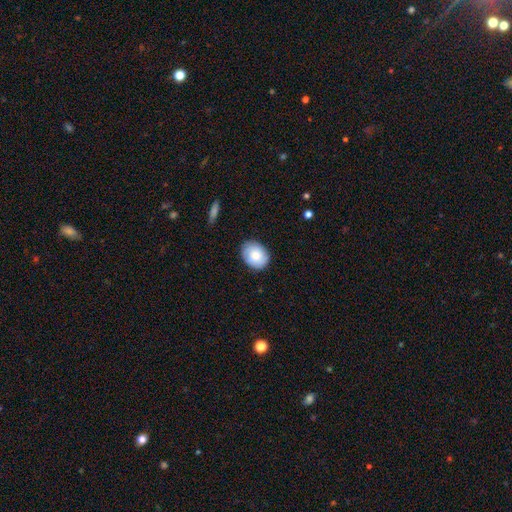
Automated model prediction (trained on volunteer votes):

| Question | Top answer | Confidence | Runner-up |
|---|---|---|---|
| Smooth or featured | smooth | 72% | featured or disk (21%) |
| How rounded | in between | 58% | round (41%) |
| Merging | none | 83% | minor disturbance (14%) |